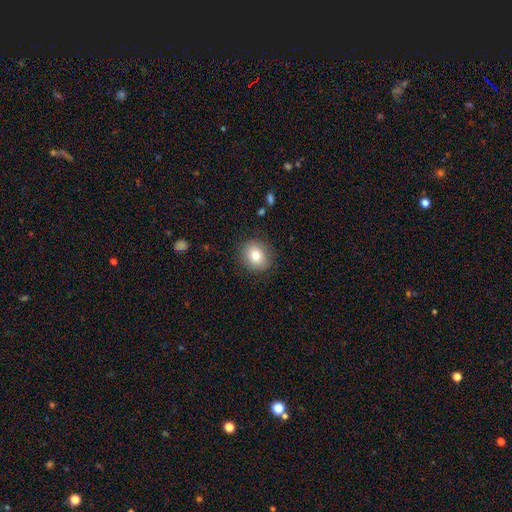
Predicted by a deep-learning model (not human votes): Morphology: type=smooth (79%); roundness=round (67%); merging=none (87%).